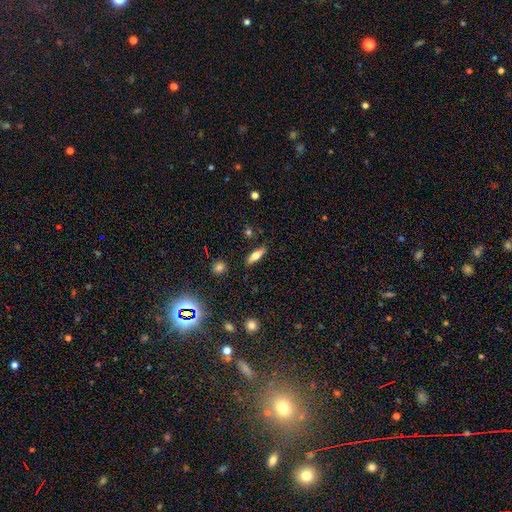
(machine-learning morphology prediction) Smooth or featured: smooth — 61% (featured or disk — 31%)
How rounded: in between — 48% (tied with cigar-shaped — 48%)
Merging: none — 85% (minor disturbance — 10%)